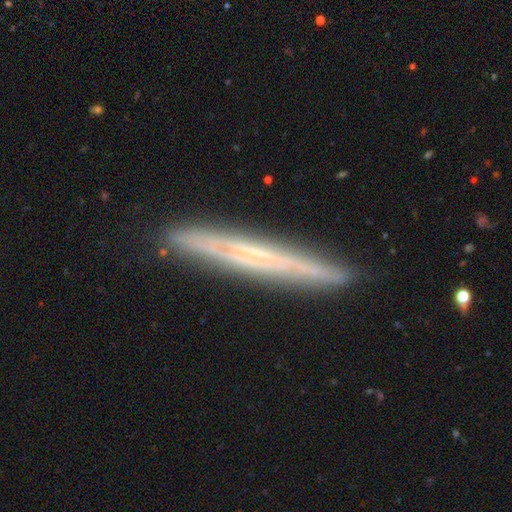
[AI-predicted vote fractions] Morphology: type=featured or disk (65%); edge-on=yes (89%); edge-on bulge=none (79%); merging=none (87%).